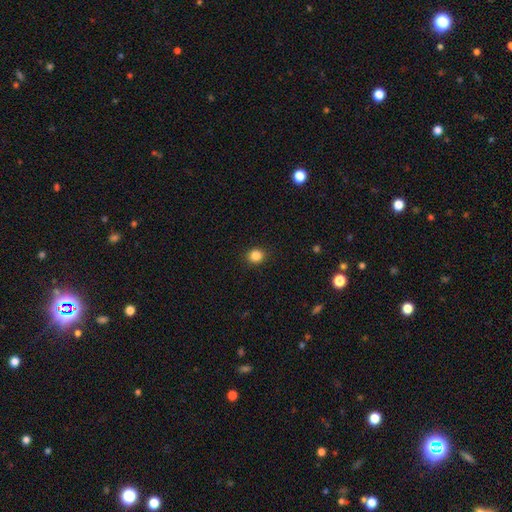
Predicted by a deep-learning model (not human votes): Smooth or featured?
  - smooth: 85% *
  - star or artifact: 11%
  - featured or disk: 4%
How rounded?
  - round: 83% *
  - in between: 16%
  - cigar-shaped: 1%
Merging?
  - none: 91% *
  - minor disturbance: 6%
  - major disturbance: 2%
  - merger: 1%